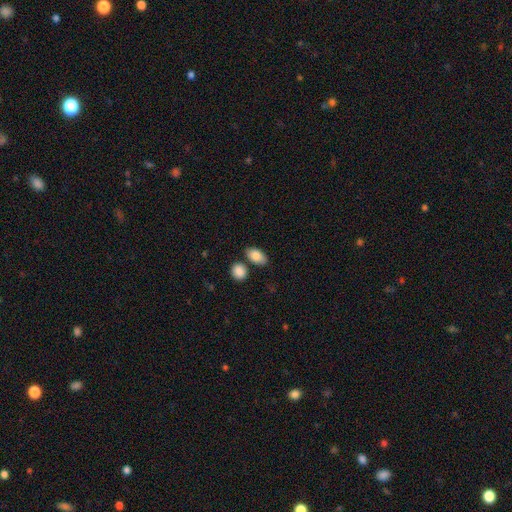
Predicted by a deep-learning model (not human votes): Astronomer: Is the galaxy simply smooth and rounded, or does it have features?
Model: smooth — 87%.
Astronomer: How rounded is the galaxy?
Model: in between — 90%.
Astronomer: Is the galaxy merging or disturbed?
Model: none — 71%.